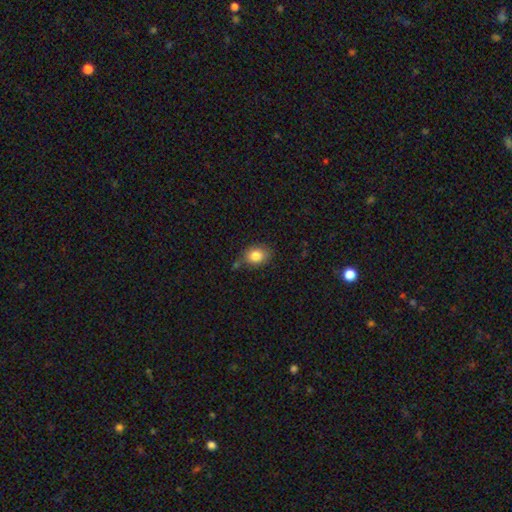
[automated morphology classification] type=smooth (84%); roundness=in between (62%); merging=none (68%).